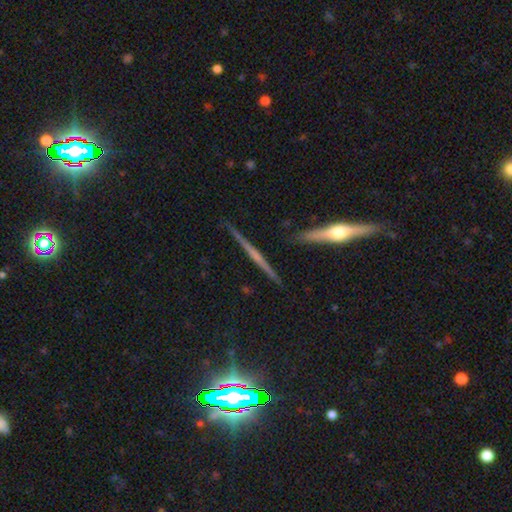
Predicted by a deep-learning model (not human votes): Smooth or featured: featured or disk — 71% (smooth — 18%)
Edge-on disk: yes — 98% (no — 2%)
Edge-on bulge: rounded — 48% (none — 40%)
Merging: none — 89% (minor disturbance — 8%)